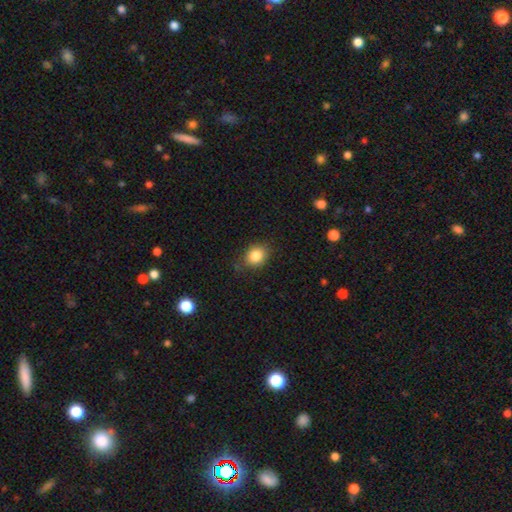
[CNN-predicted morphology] smooth 84%, star or artifact 10%, featured or disk 6%. Down the decision tree: how rounded — round (56%); merging — none (79%).